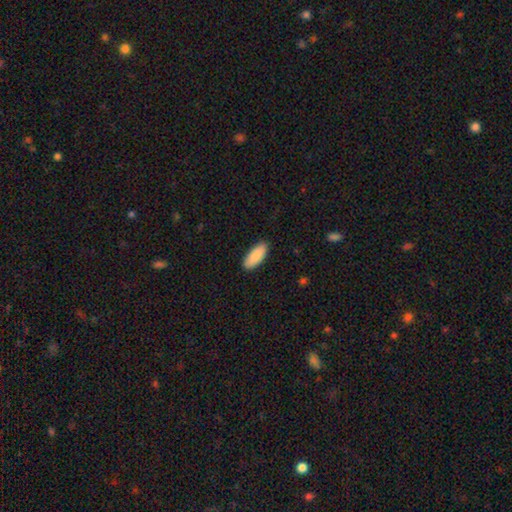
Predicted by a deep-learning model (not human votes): Q: Smooth or featured?
A: smooth (89%); runner-up: featured or disk (6%)
Q: How rounded?
A: in between (81%); runner-up: cigar-shaped (17%)
Q: Merging?
A: none (89%); runner-up: minor disturbance (8%)